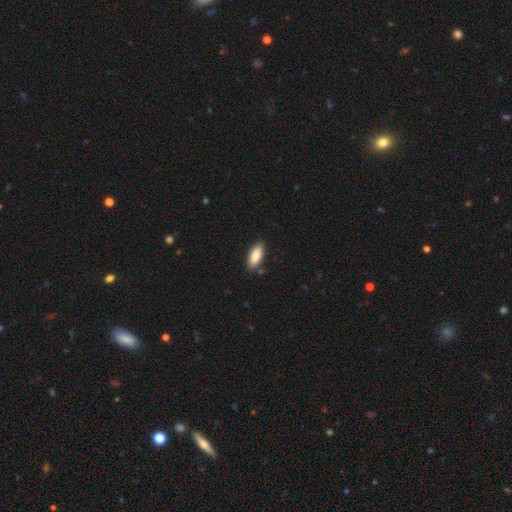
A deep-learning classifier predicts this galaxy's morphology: type=smooth (85%); roundness=in between (82%); merging=none (85%).